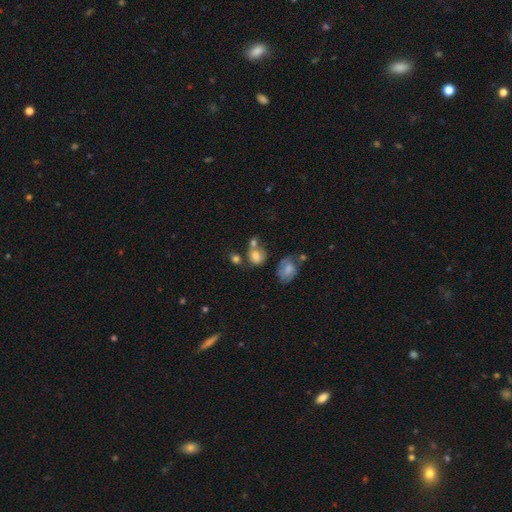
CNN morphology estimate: The model was most divided on "how rounded": in between: 50%, round: 48%, cigar-shaped: 2%. Remaining: smooth or featured — smooth (73%); merging — none (39%).